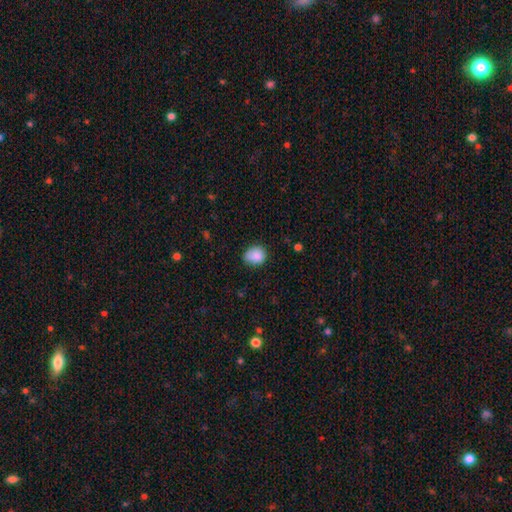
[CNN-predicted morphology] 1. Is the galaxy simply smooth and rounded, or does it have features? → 86% smooth, 9% star or artifact, 6% featured or disk.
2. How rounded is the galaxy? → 53% round, 46% in between, 1% cigar-shaped.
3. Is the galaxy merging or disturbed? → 65% none, 28% minor disturbance, 5% major disturbance, 2% merger.